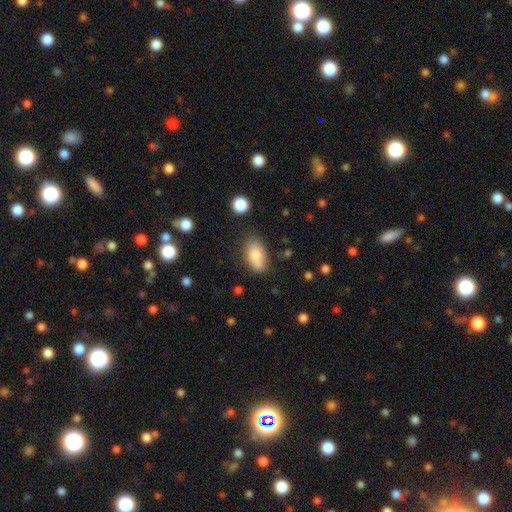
Smooth or featured? smooth (82%)
How rounded? in between (84%)
Merging? none (61%)